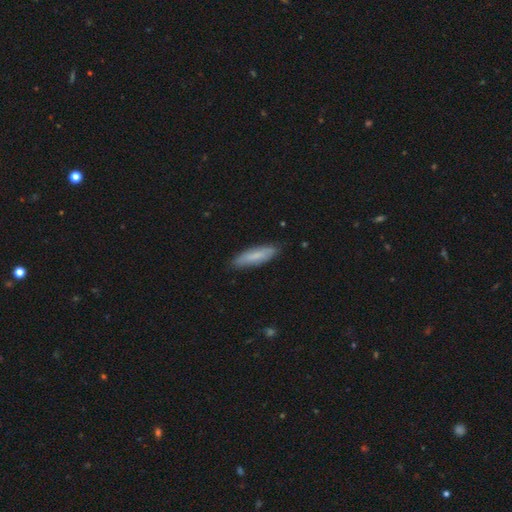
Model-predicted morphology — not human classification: This appears to be a smooth galaxy with no disk features (73%) that is cigar-shaped (69%). Merging: none (84%).